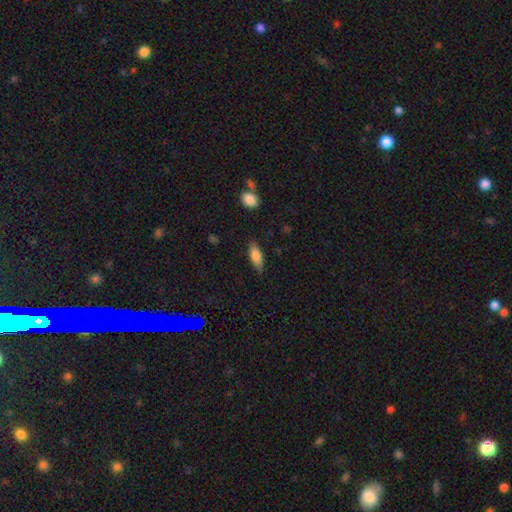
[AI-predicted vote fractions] smooth 76%, featured or disk 17%, star or artifact 7%. Down the decision tree: how rounded — in between (66%); merging — none (81%).